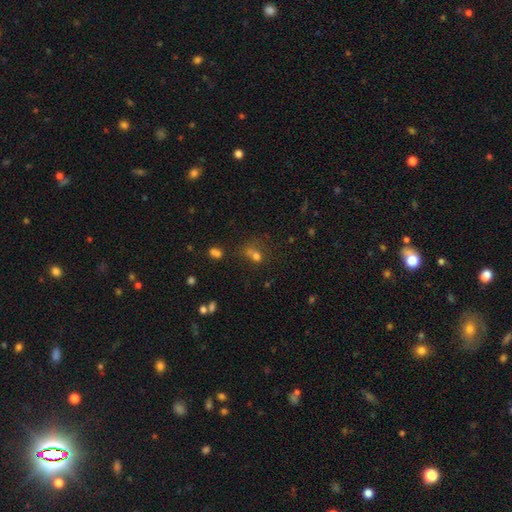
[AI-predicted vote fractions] smooth_or_featured: smooth (p=0.68) [alt: star or artifact p=0.20]
how_rounded: round (p=0.55) [alt: in between p=0.43]
merging: merger (p=0.38) [alt: none p=0.36]